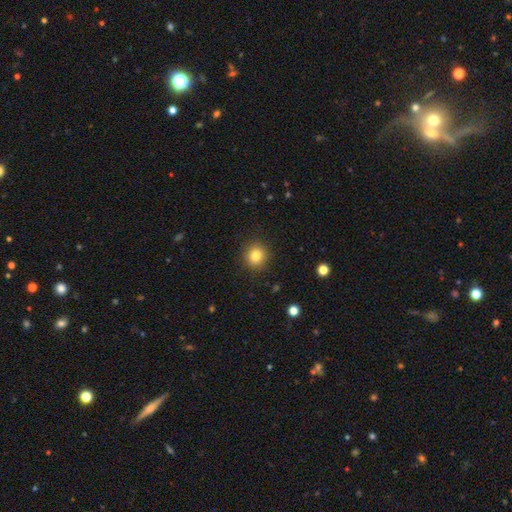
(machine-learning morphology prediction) Smooth or featured? smooth (82%)
How rounded? round (87%)
Merging? none (90%)